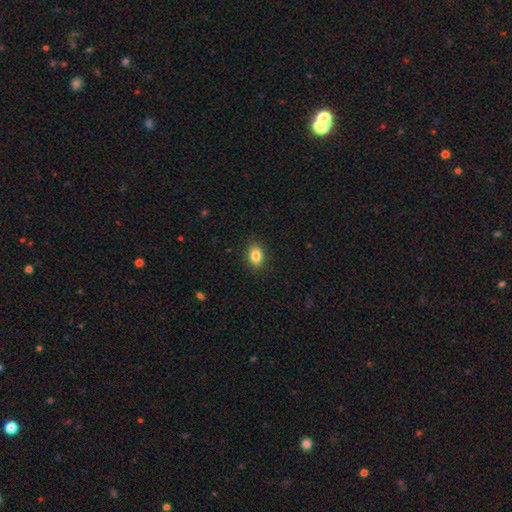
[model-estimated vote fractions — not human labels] Smooth or featured: smooth — 84% (star or artifact — 9%)
How rounded: in between — 77% (round — 21%)
Merging: none — 89% (minor disturbance — 8%)